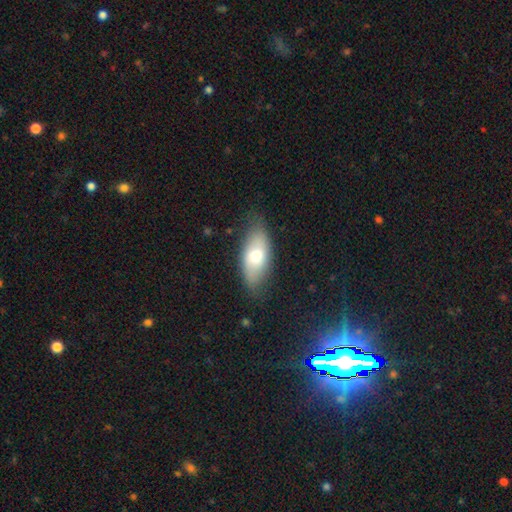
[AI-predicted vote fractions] A smooth galaxy with no disk features (67%) that is in between round and cigar-shaped (87%).

Vote fractions:
- Smooth or featured? smooth: 67% / featured or disk: 26% / star or artifact: 7%
- How rounded? in between: 87% / cigar-shaped: 9% / round: 3%
- Merging? none: 74% / minor disturbance: 20% / major disturbance: 5% / merger: 1%